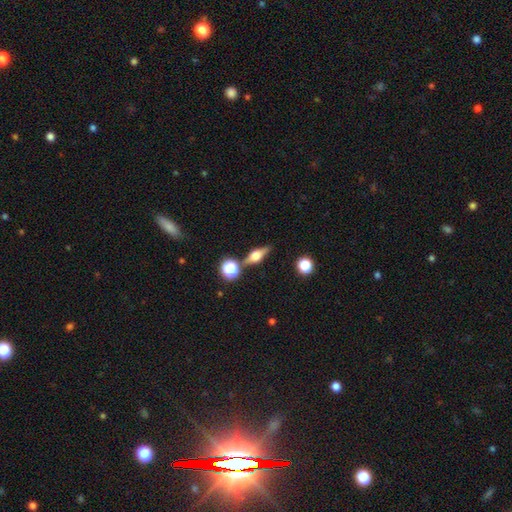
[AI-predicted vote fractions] Q: Smooth or featured?
A: featured or disk (60%); runner-up: smooth (30%)
Q: Edge-on disk?
A: yes (94%); runner-up: no (6%)
Q: Edge-on bulge?
A: rounded (92%); runner-up: boxy (6%)
Q: Merging?
A: none (78%); runner-up: minor disturbance (11%)